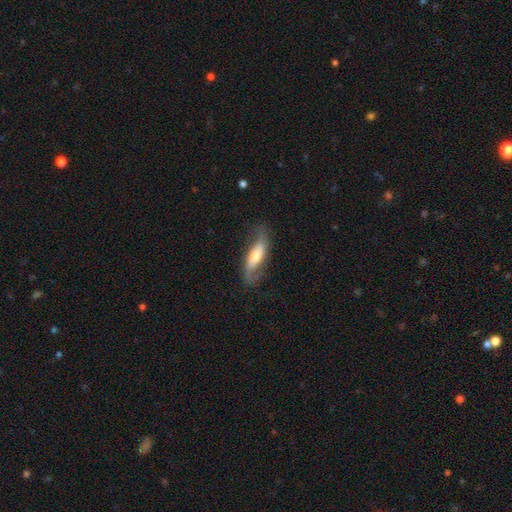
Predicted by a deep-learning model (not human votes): Smooth or featured?
  - featured or disk: 62% *
  - smooth: 32%
  - star or artifact: 6%
Edge-on disk?
  - no: 77% *
  - yes: 23%
Merging?
  - none: 69% *
  - minor disturbance: 20%
  - major disturbance: 9%
  - merger: 2%